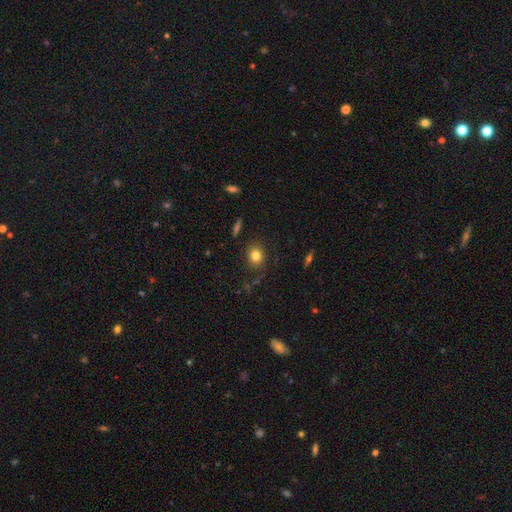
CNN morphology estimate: This appears to be a smooth galaxy with no disk features (82%) that is round (68%). Merging: none (84%).